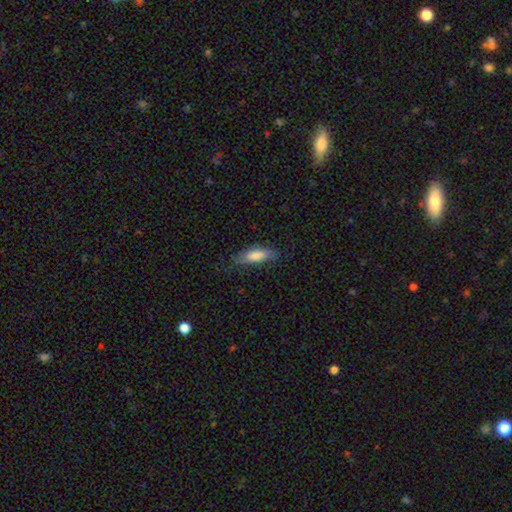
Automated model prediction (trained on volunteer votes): The model was most divided on "how rounded": in between: 55%, cigar-shaped: 43%, round: 2%. More confident: smooth or featured — smooth (75%); merging — none (68%).